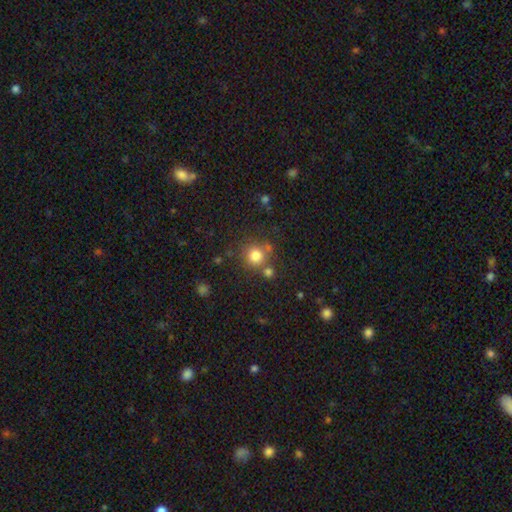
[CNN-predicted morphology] smooth-or-featured: smooth: 79% | star or artifact: 13% | featured or disk: 8%
  how-rounded: round: 92% | in between: 8% | cigar-shaped: 1%
  merging: none: 69% | merger: 16% | minor disturbance: 10% | major disturbance: 4%